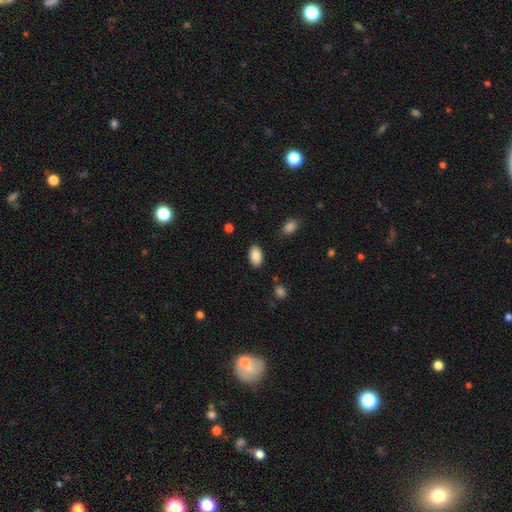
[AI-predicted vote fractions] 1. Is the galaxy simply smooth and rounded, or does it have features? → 89% smooth, 7% star or artifact, 4% featured or disk.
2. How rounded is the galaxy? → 93% in between, 5% round, 2% cigar-shaped.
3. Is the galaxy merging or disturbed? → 86% none, 10% minor disturbance, 3% major disturbance, 1% merger.